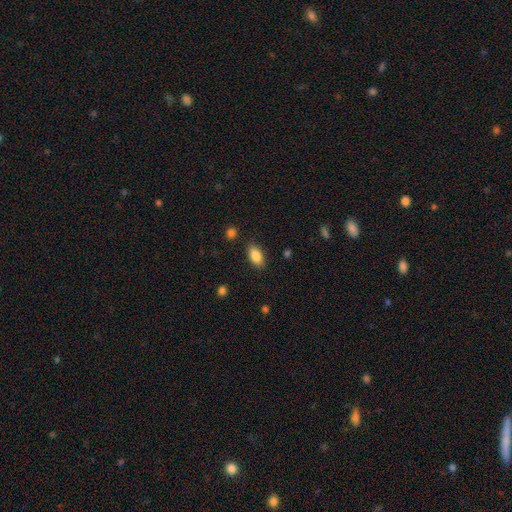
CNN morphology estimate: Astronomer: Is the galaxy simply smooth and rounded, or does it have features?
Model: smooth — 87%.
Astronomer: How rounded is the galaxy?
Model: in between — 91%.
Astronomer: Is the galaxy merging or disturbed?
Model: none — 86%.